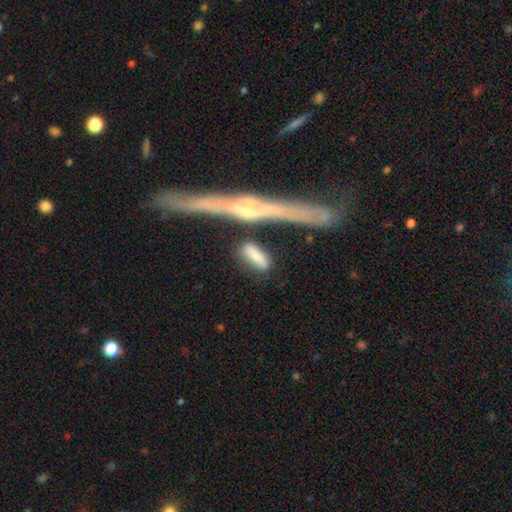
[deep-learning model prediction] Smooth or featured? Predicted: smooth (p=0.72). How rounded? Predicted: in between (p=0.53). Merging? Predicted: none (p=0.68).